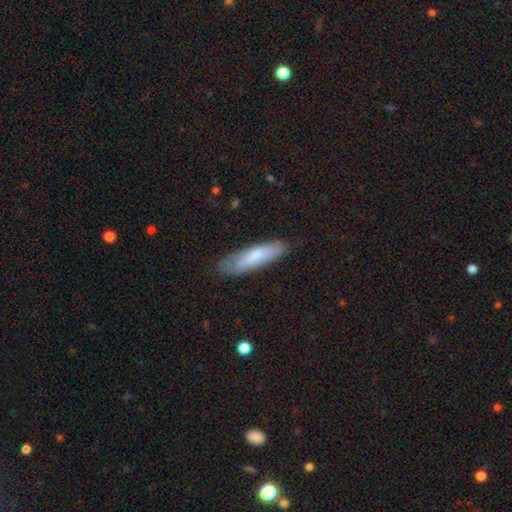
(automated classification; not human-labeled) Q: Smooth or featured?
A: smooth (67%); runner-up: featured or disk (27%)
Q: How rounded?
A: cigar-shaped (63%); runner-up: in between (36%)
Q: Merging?
A: none (73%); runner-up: minor disturbance (20%)